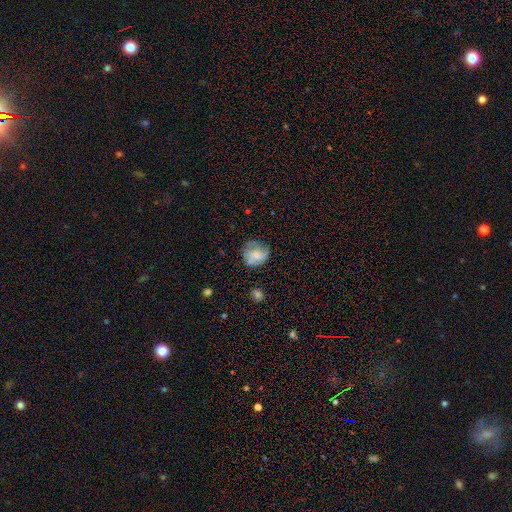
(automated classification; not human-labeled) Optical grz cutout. It shows a smooth galaxy with no disk features (54%) that is round (73%). Merging: none (58%).